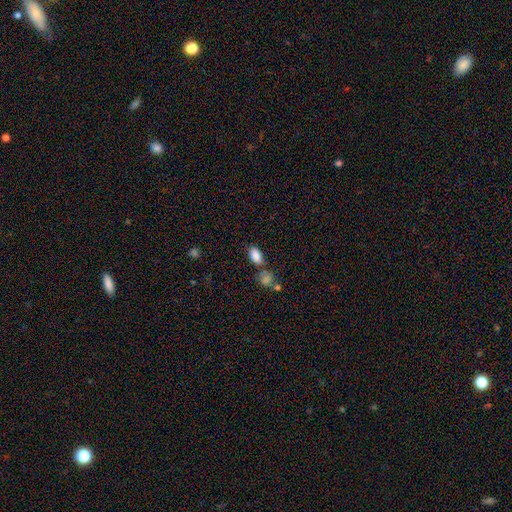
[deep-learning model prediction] This appears to be a smooth galaxy with no disk features (86%) that is in between round and cigar-shaped (92%). Merging: none (63%).